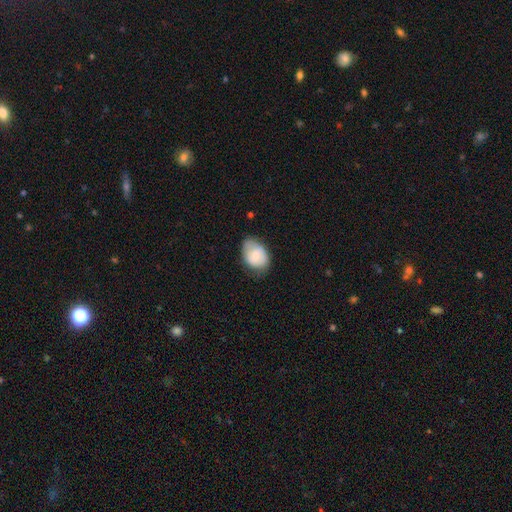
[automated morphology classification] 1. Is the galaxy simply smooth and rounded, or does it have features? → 67% smooth, 27% featured or disk, 7% star or artifact.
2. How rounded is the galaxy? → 73% in between, 26% round, 1% cigar-shaped.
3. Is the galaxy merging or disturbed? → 62% none, 29% minor disturbance, 8% major disturbance, 1% merger.